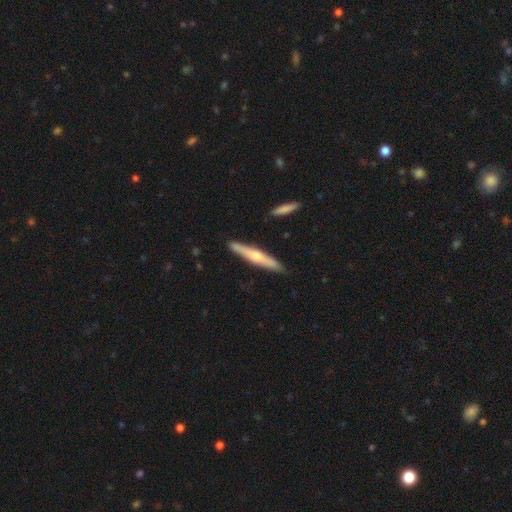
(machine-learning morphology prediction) Overall: featured or disk (57%; smooth 38%). Edge-on disk: yes (95%). Edge-on bulge: rounded (81%). Merging: none (88%).